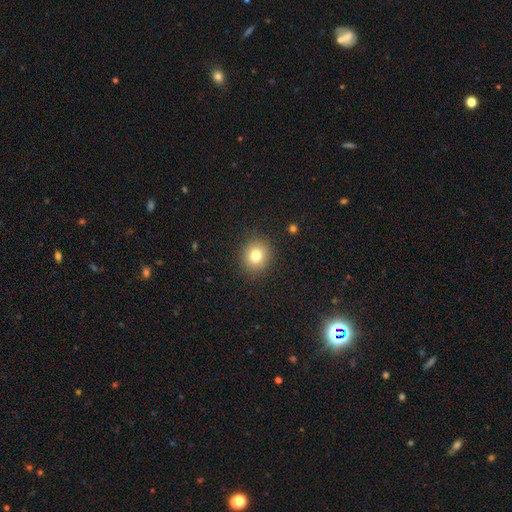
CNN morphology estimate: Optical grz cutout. It shows a smooth galaxy with no disk features (79%) that is round (84%). Merging: none (90%).